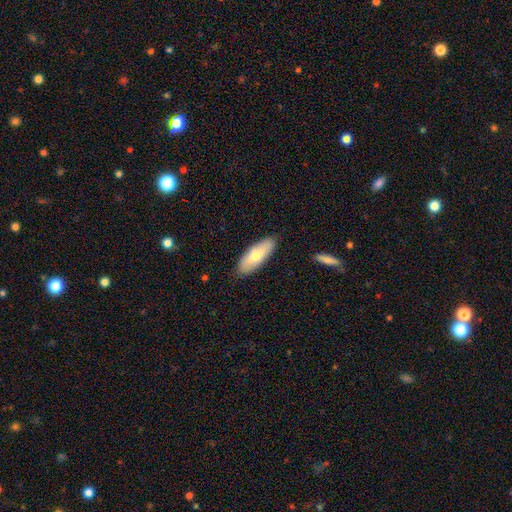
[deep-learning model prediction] Smooth or featured? Predicted: smooth (p=0.72). How rounded? Predicted: in between (p=0.72). Merging? Predicted: none (p=0.85).